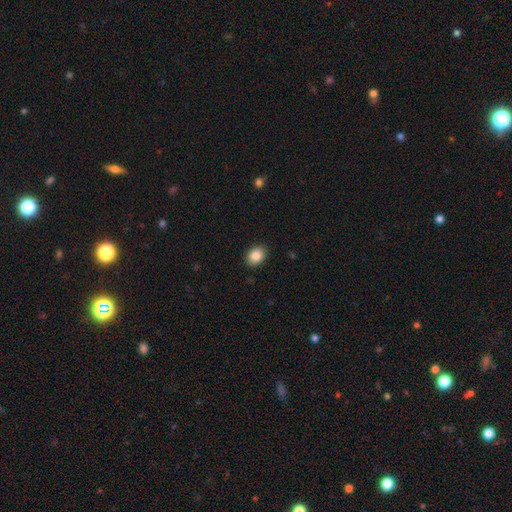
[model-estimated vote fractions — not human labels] A smooth galaxy with no disk features (87%) that is in between round and cigar-shaped (66%). Merging: none (90%).